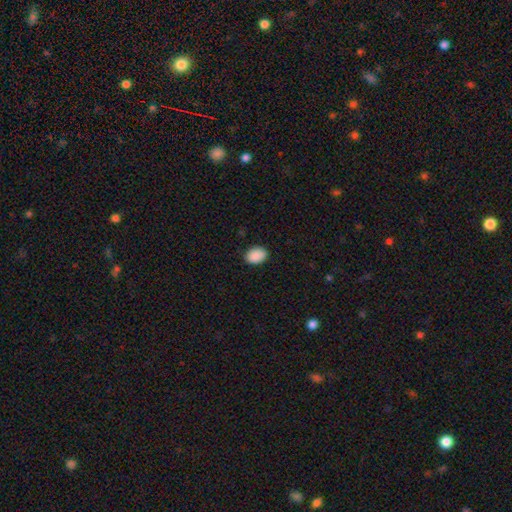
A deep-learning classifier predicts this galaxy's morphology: Smooth or featured: smooth — 90% (star or artifact — 7%)
How rounded: in between — 75% (round — 24%)
Merging: none — 87% (minor disturbance — 10%)